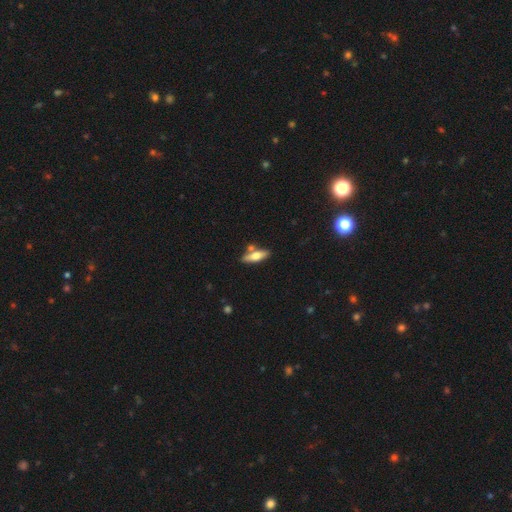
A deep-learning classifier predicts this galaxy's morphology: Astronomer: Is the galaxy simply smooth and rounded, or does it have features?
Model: smooth — 58% (runner-up: featured or disk, 36%).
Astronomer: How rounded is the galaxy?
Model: in between — 52% (runner-up: cigar-shaped, 46%).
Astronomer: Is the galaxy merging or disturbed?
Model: none — 71%.